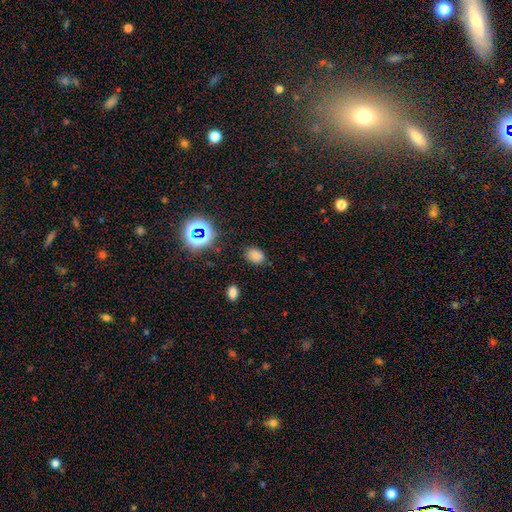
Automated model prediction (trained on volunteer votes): Smooth or featured?
  - smooth: 75% *
  - star or artifact: 19%
  - featured or disk: 5%
How rounded?
  - in between: 75% *
  - round: 24%
  - cigar-shaped: 1%
Merging?
  - none: 82% *
  - minor disturbance: 12%
  - major disturbance: 4%
  - merger: 2%